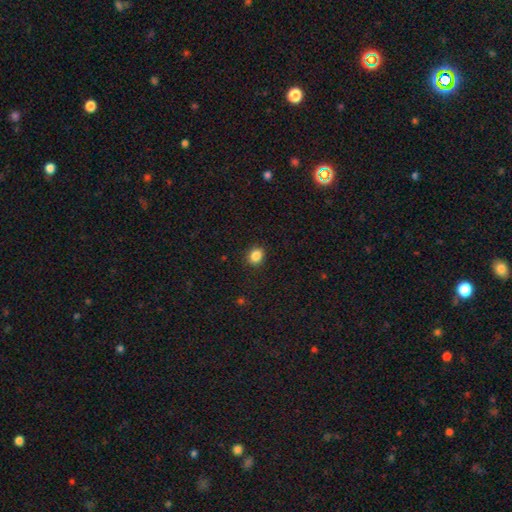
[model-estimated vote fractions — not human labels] Overall: smooth (86%). How rounded: round (52%; in between 47%). Merging: none (90%).